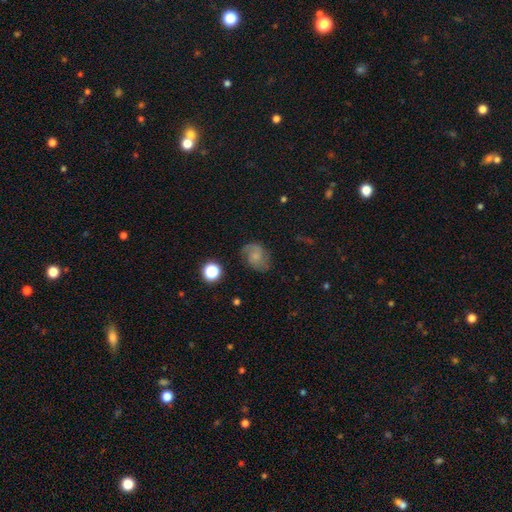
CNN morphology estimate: smooth_or_featured: smooth (p=0.44) [alt: featured or disk p=0.43]
merging: none (p=0.65) [alt: minor disturbance p=0.23]